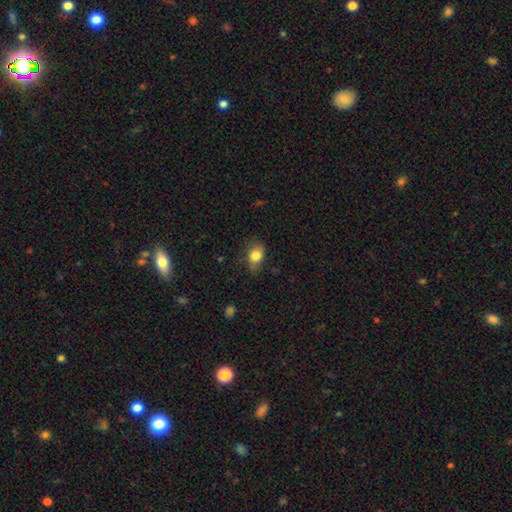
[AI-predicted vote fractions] Smooth or featured?
  - smooth: 80% *
  - featured or disk: 12%
  - star or artifact: 8%
How rounded?
  - in between: 72% *
  - round: 26%
  - cigar-shaped: 2%
Merging?
  - none: 65% *
  - minor disturbance: 26%
  - major disturbance: 7%
  - merger: 1%